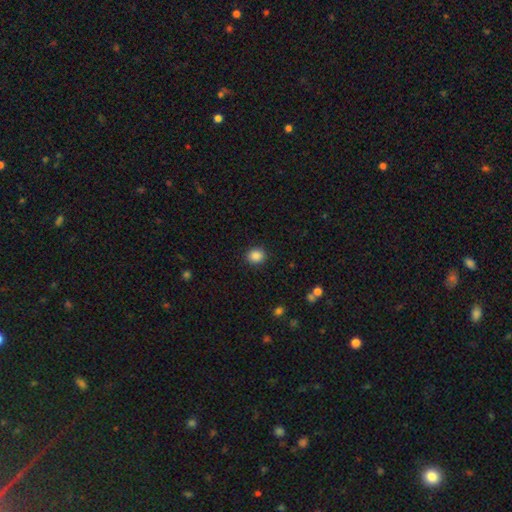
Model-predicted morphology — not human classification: The model was most divided on "how rounded": round: 77%, in between: 22%, cigar-shaped: 1%. More confident: merging — none (90%); smooth or featured — smooth (87%).